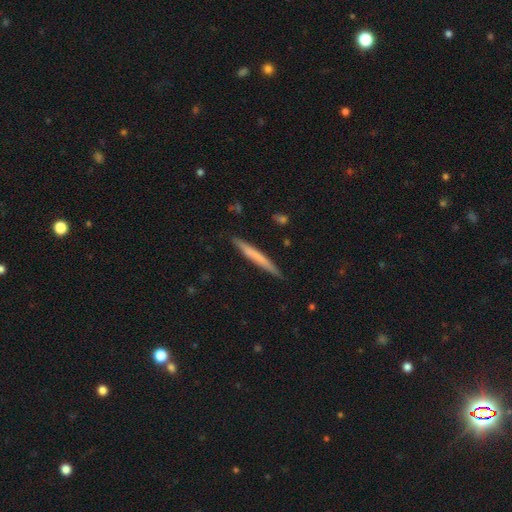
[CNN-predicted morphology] A smooth galaxy with no disk features (60%) that is cigar-shaped (97%). Merging: none (88%).